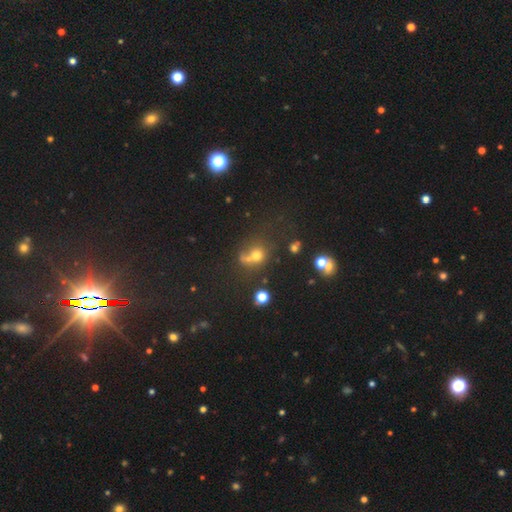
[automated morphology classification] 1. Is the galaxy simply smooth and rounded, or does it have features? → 60% smooth, 25% star or artifact, 16% featured or disk.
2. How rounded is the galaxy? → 74% round, 25% in between, 2% cigar-shaped.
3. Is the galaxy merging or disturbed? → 42% none, 31% merger, 14% minor disturbance, 13% major disturbance.